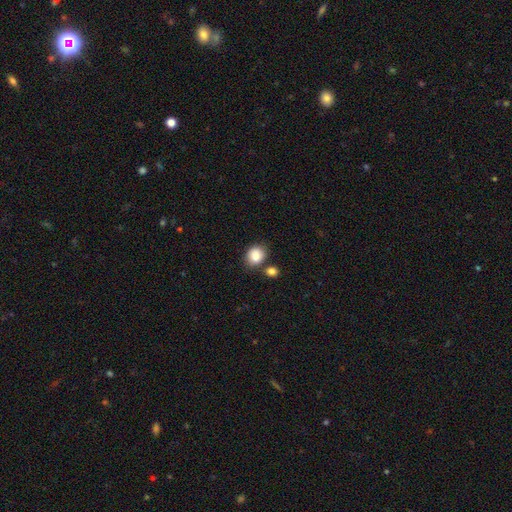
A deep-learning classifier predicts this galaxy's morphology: type=smooth (87%); roundness=round (64%); merging=none (66%).